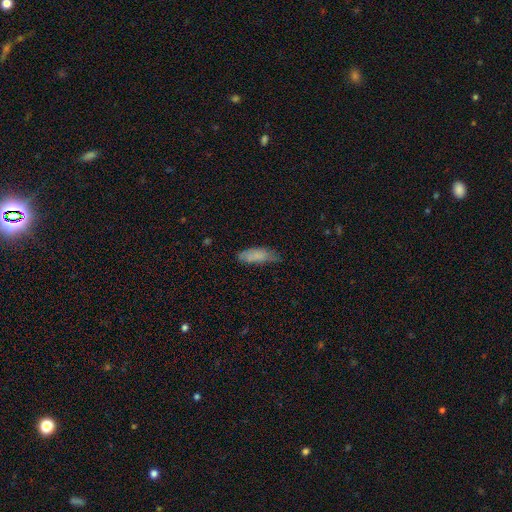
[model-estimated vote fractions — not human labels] Smooth or featured: smooth — 79% (featured or disk — 13%)
How rounded: in between — 67% (cigar-shaped — 32%)
Merging: none — 60% (minor disturbance — 31%)